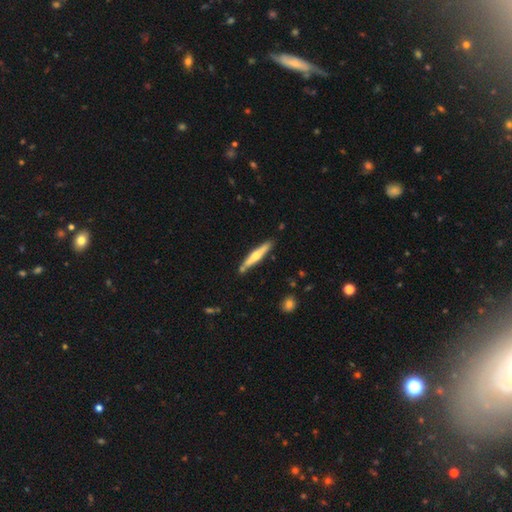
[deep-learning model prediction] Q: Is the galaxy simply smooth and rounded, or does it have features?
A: featured or disk — 52%.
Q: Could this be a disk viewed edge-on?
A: yes — 95%.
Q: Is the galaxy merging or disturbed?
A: none — 82%.